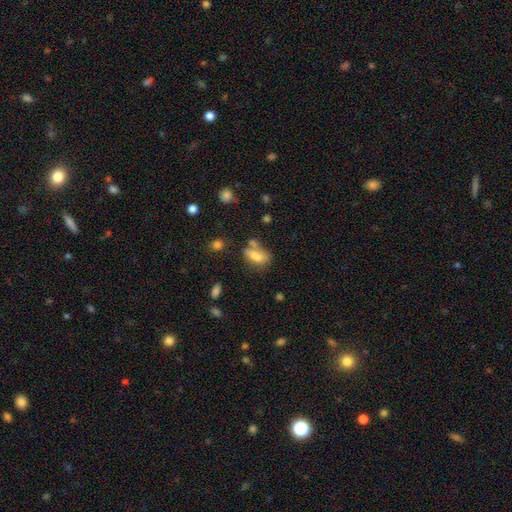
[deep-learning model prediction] smooth-or-featured: smooth: 73% | featured or disk: 17% | star or artifact: 11%
  how-rounded: in between: 80% | cigar-shaped: 14% | round: 6%
  merging: none: 40% | merger: 28% | minor disturbance: 20% | major disturbance: 12%